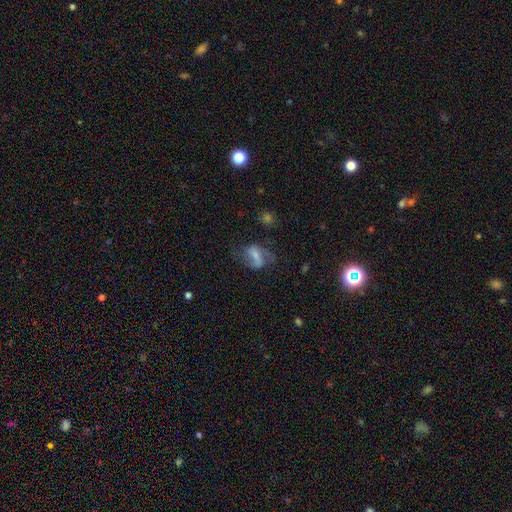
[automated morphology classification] featured or disk 55%, smooth 35%, star or artifact 10%. Down the decision tree: edge-on disk — no (96%); bar — weak (41%); spiral arms — yes (75%); bulge size — small (36%); merging — none (44%).